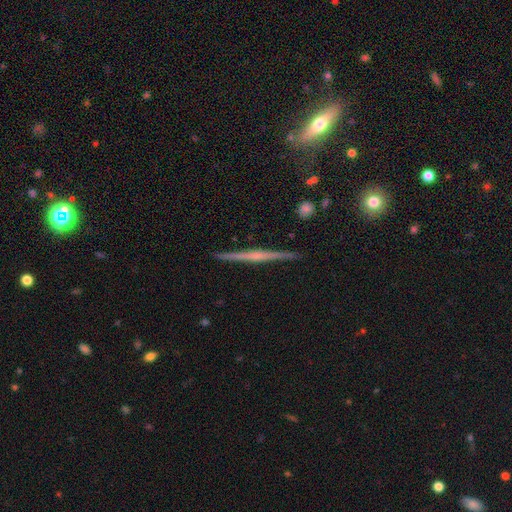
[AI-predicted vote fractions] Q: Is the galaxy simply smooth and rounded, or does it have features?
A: featured or disk — 76%.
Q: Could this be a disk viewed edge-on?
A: yes — 98%.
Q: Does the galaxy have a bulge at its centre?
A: rounded — 51%.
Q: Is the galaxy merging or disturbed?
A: none — 91%.